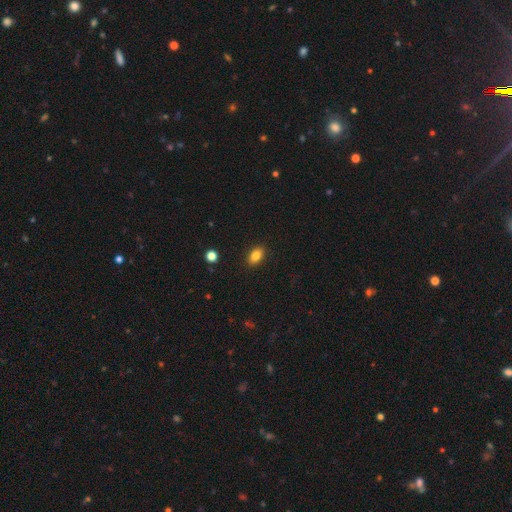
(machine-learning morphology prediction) smooth_or_featured: smooth (p=0.84) [alt: star or artifact p=0.09]
how_rounded: in between (p=0.86) [alt: round p=0.11]
merging: none (p=0.89) [alt: minor disturbance p=0.08]